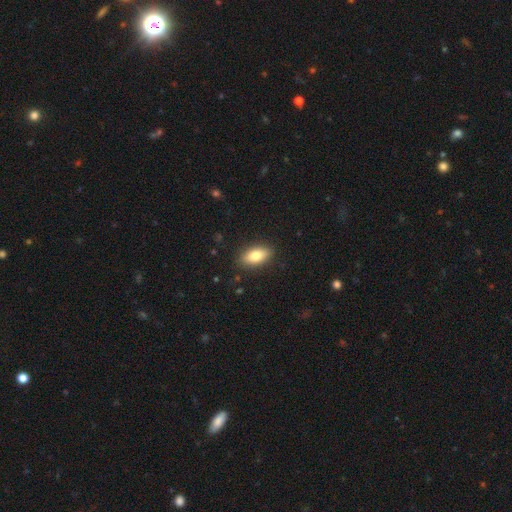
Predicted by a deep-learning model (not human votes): The model was most divided on "smooth or featured": smooth: 80%, featured or disk: 13%, star or artifact: 7%. More confident: how rounded — in between (88%); merging — none (88%).